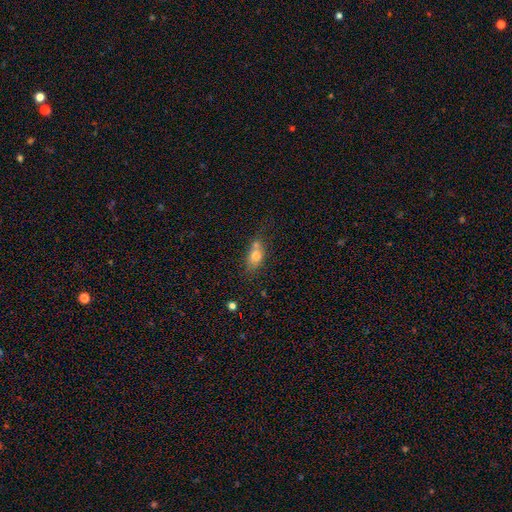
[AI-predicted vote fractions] This appears to be a smooth galaxy with no disk features (73%) that is in between round and cigar-shaped (71%). Merging: none (42%).